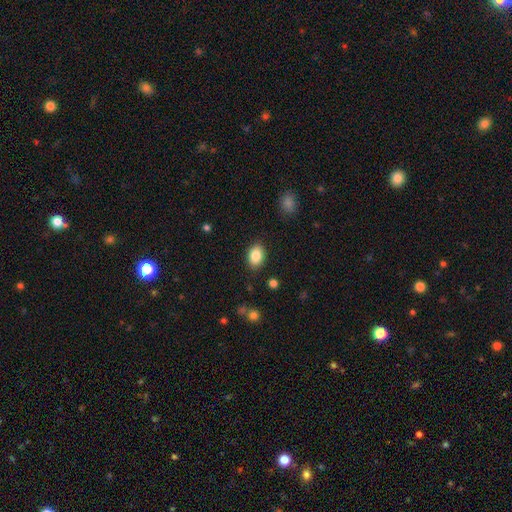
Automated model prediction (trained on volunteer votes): smooth 85%, star or artifact 8%, featured or disk 7%. Down the decision tree: how rounded — in between (81%); merging — none (87%).